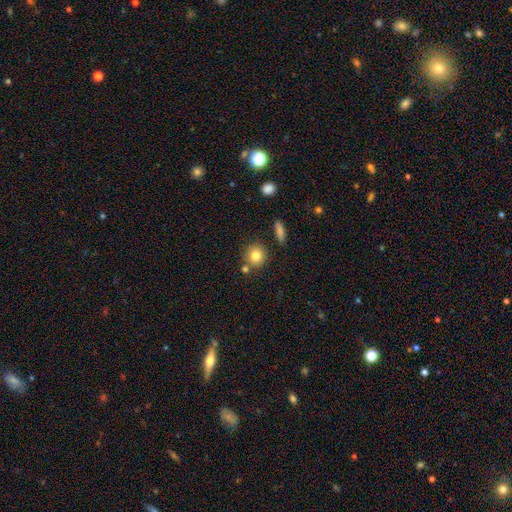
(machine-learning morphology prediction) The model was most divided on "merging": none: 75%, merger: 12%, minor disturbance: 10%, major disturbance: 3%. More confident: how rounded — round (87%); smooth or featured — smooth (81%).